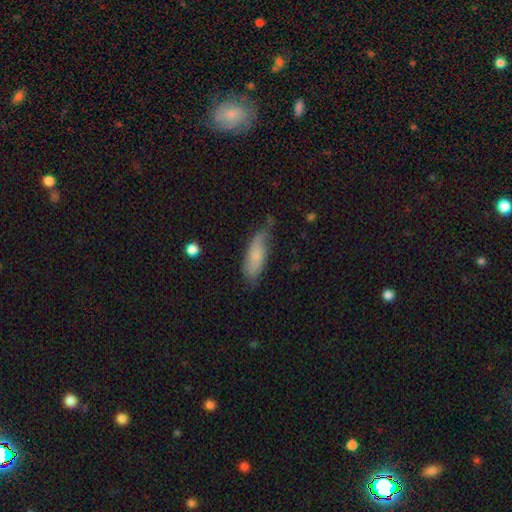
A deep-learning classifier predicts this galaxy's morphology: Q: Smooth or featured?
A: smooth (67%); runner-up: featured or disk (27%)
Q: How rounded?
A: in between (64%); runner-up: cigar-shaped (34%)
Q: Merging?
A: none (53%); runner-up: minor disturbance (34%)